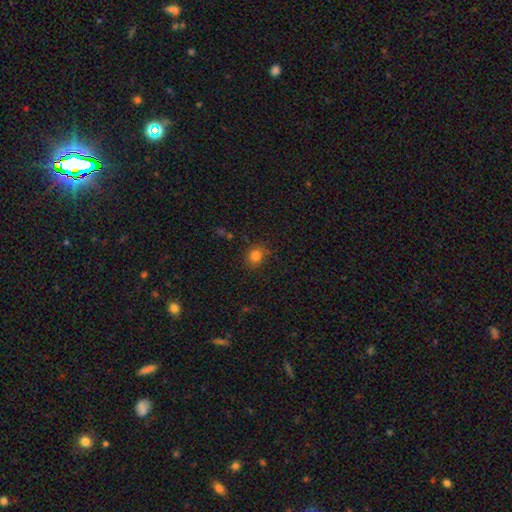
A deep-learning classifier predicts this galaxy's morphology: type=smooth (81%); roundness=round (68%); merging=none (81%).